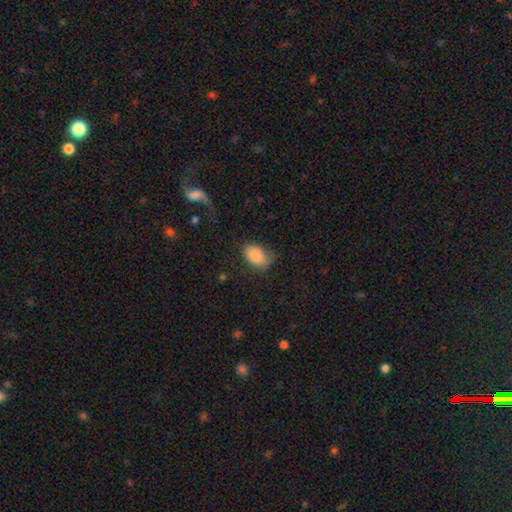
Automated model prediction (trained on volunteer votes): Smooth or featured? smooth (86%)
How rounded? in between (88%)
Merging? none (59%)